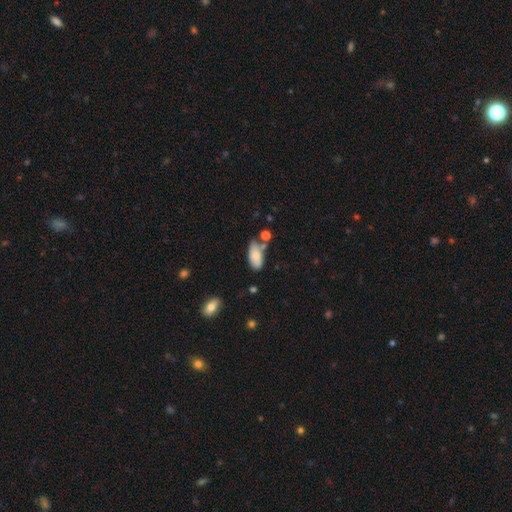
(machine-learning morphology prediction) This appears to be a smooth galaxy with no disk features (83%) that is in between round and cigar-shaped (90%). Merging: none (54%).